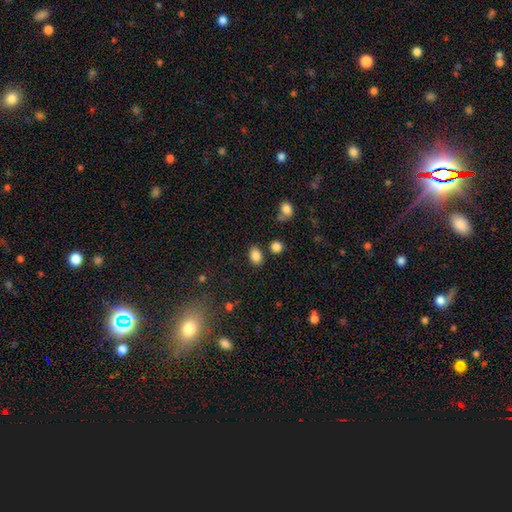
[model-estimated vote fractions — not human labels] Q: Smooth or featured?
A: smooth (86%); runner-up: star or artifact (10%)
Q: How rounded?
A: in between (74%); runner-up: round (24%)
Q: Merging?
A: none (81%); runner-up: minor disturbance (11%)